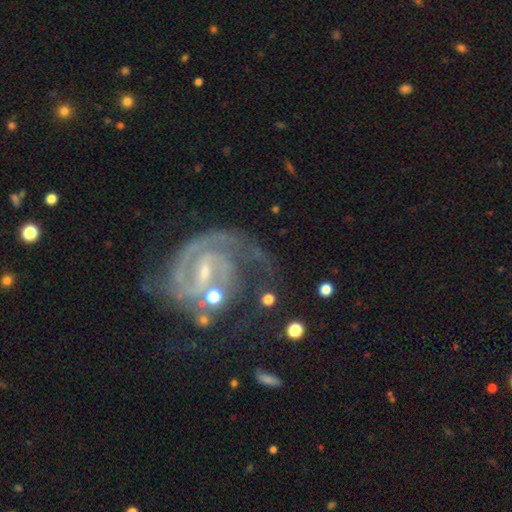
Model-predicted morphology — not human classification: This is clearly a featured or disk galaxy (88%). It is clearly not viewed edge-on (98%). Bar: possibly weak (47%). Spiral arm pattern: clearly yes (96%). Spiral arm count: possibly 2 (56%). Spiral winding: possibly tight (49%). Central bulge: likely small (67%). Merging: possibly none (47%).